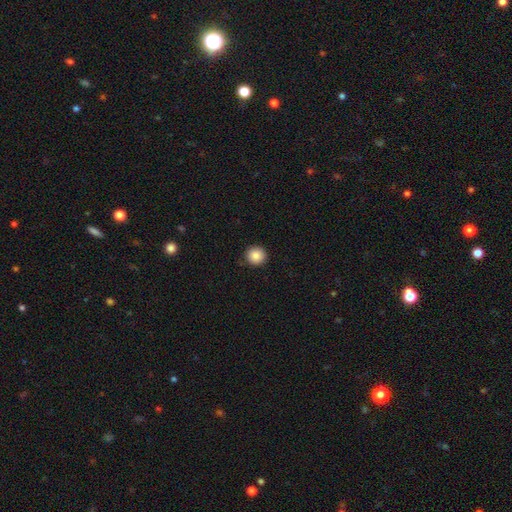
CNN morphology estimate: A smooth galaxy with no disk features (86%) that is round (94%).

Vote fractions:
- Smooth or featured? smooth: 86% / star or artifact: 9% / featured or disk: 4%
- How rounded? round: 94% / in between: 5% / cigar-shaped: 1%
- Merging? none: 89% / minor disturbance: 8% / major disturbance: 2% / merger: 1%